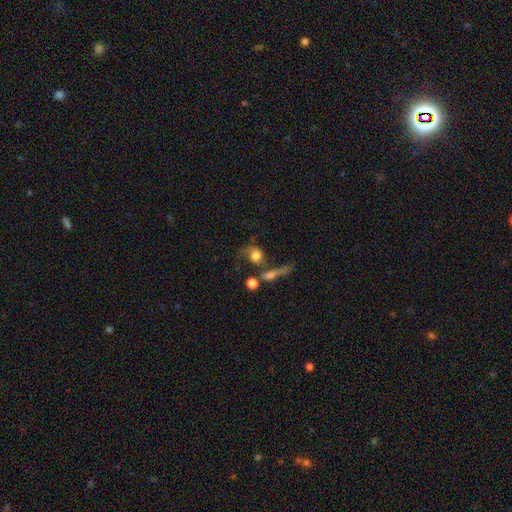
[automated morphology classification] This appears to be a smooth galaxy with no disk features (58%) that is round (68%). Merging: merger (32%).